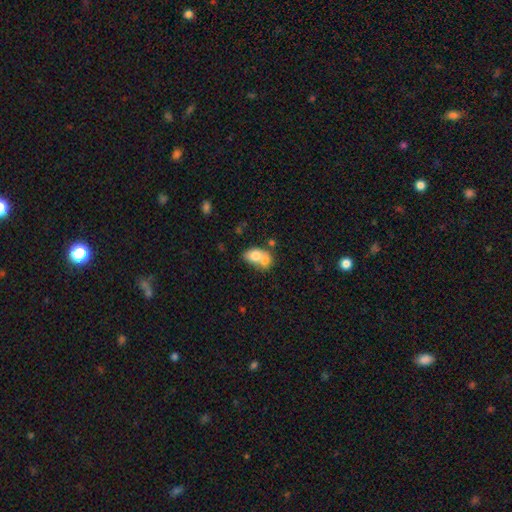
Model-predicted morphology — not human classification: Smooth or featured?
  - smooth: 72% *
  - featured or disk: 20%
  - star or artifact: 8%
How rounded?
  - in between: 70% *
  - round: 29%
  - cigar-shaped: 1%
Merging?
  - merger: 68% *
  - none: 19%
  - minor disturbance: 8%
  - major disturbance: 4%